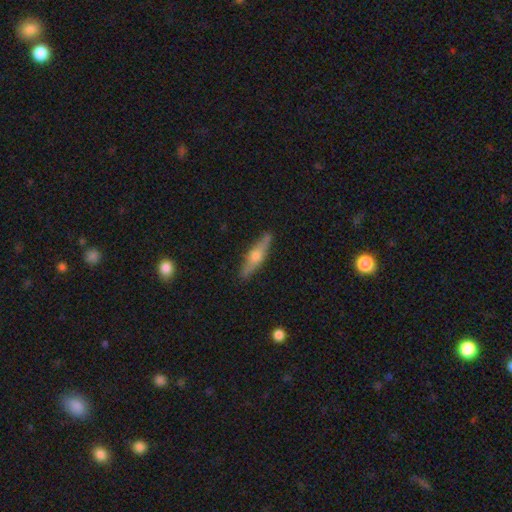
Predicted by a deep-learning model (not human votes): A featured or disk galaxy (59%) viewed edge-on (94%) with a rounded central bulge (92%). Merging: none (88%).